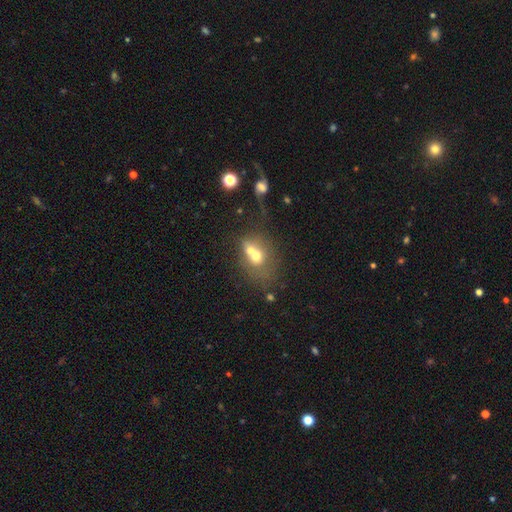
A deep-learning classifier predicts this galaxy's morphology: Smooth or featured? Predicted: smooth (p=0.61). How rounded? Predicted: round (p=0.59). Merging? Predicted: merger (p=0.61).